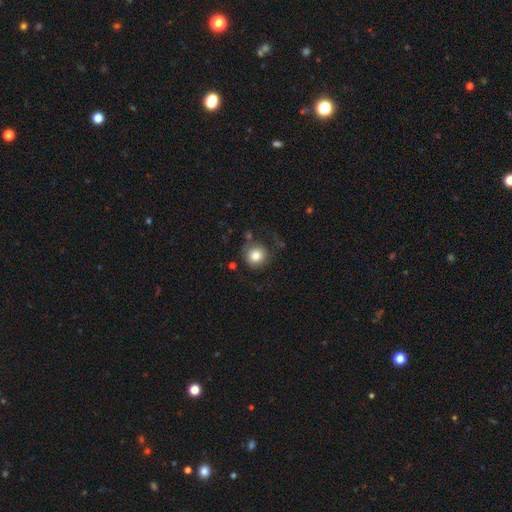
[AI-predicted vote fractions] Smooth or featured? Predicted: smooth (p=0.80). How rounded? Predicted: round (p=0.93). Merging? Predicted: none (p=0.74).